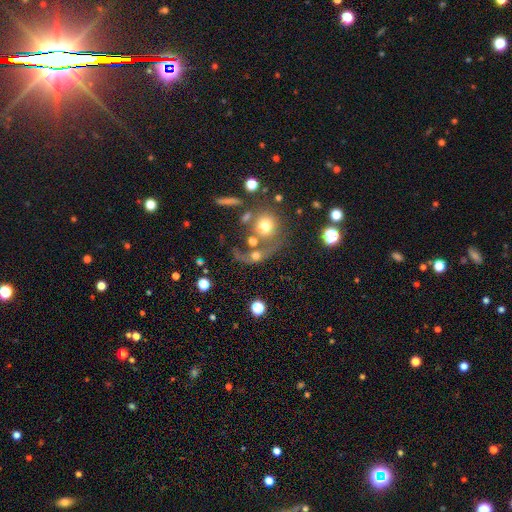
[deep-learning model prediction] Smooth or featured? Predicted: smooth (p=0.47). Merging? Predicted: merger (p=0.39).